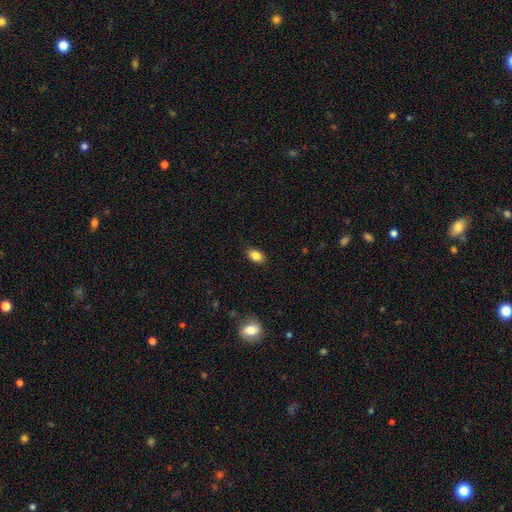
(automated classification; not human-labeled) Smooth or featured? smooth (85%)
How rounded? in between (87%)
Merging? none (88%)